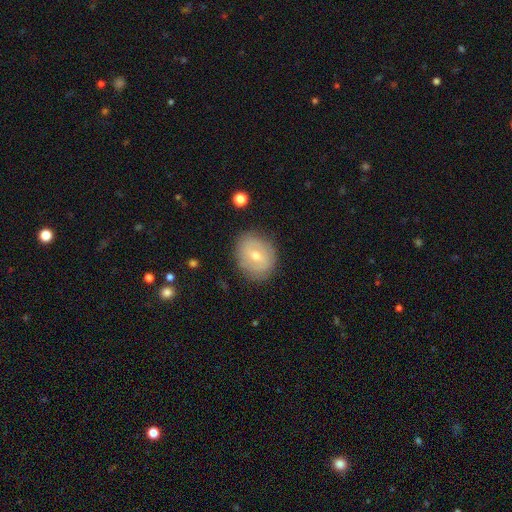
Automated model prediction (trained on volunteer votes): This appears to be a featured or disk galaxy (50%). Merging: none (83%).